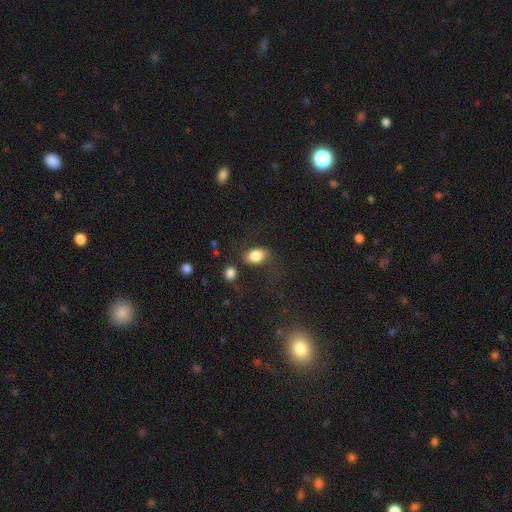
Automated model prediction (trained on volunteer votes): The model was most divided on "merging": none: 61%, minor disturbance: 21%, major disturbance: 12%, merger: 6%. More confident: smooth or featured — smooth (82%); how rounded — in between (79%).